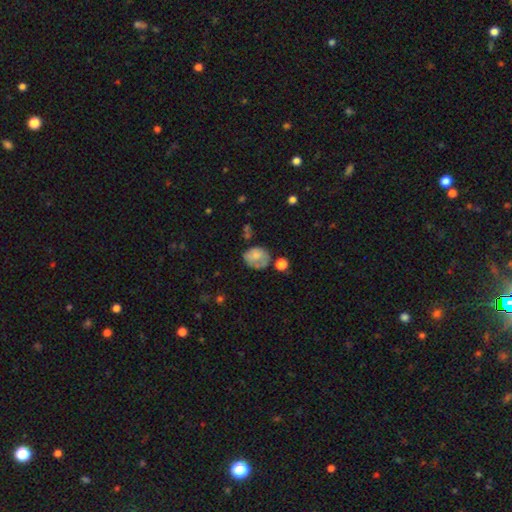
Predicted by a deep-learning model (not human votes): Q: Smooth or featured?
A: smooth (66%); runner-up: featured or disk (25%)
Q: How rounded?
A: round (54%); runner-up: in between (45%)
Q: Merging?
A: none (42%); runner-up: minor disturbance (30%)